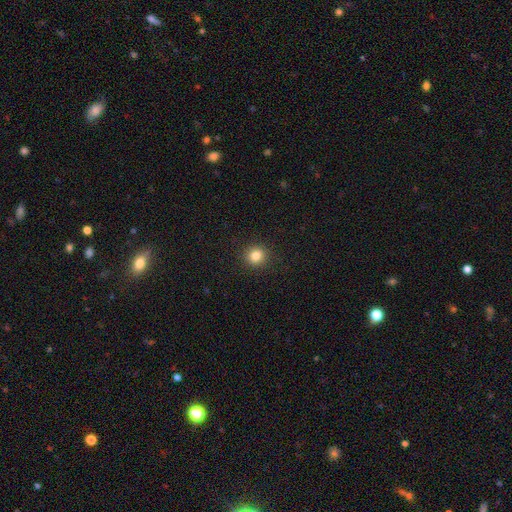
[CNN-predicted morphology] The model was most divided on "smooth or featured": smooth: 83%, star or artifact: 12%, featured or disk: 5%. More confident: merging — none (92%); how rounded — round (92%).